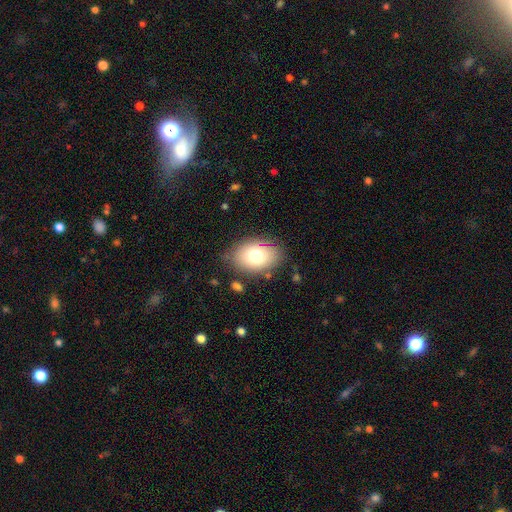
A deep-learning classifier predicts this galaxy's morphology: smooth 73%, featured or disk 17%, star or artifact 10%. Down the decision tree: how rounded — in between (79%); merging — none (78%).